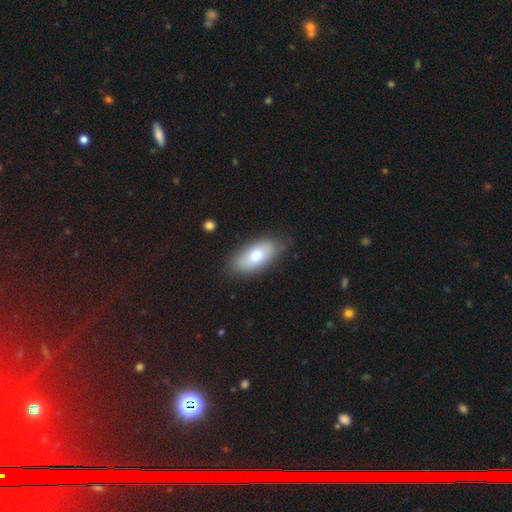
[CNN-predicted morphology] Smooth or featured?
  - smooth: 72% *
  - featured or disk: 22%
  - star or artifact: 6%
How rounded?
  - in between: 91% *
  - cigar-shaped: 6%
  - round: 3%
Merging?
  - none: 82% *
  - minor disturbance: 14%
  - major disturbance: 3%
  - merger: 1%